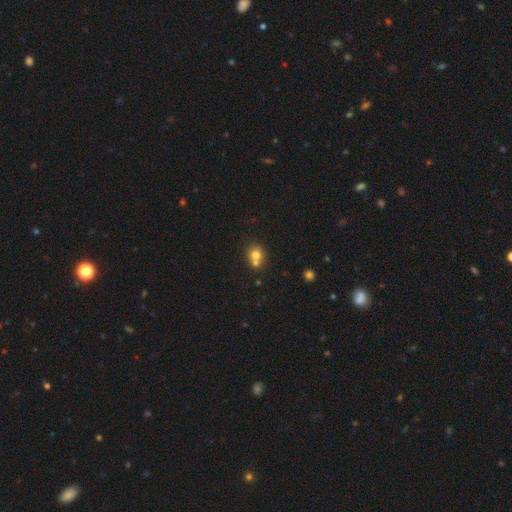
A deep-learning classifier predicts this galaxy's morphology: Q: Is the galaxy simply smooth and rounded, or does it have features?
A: smooth — 74%.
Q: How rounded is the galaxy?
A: round — 80%.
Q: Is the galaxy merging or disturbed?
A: merger — 45%.